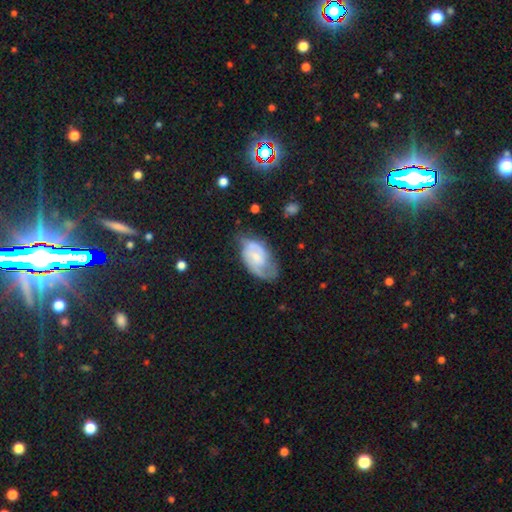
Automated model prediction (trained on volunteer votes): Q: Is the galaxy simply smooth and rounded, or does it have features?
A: featured or disk — 66%.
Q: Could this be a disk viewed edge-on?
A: no — 96%.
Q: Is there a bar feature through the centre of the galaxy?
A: no — 54%.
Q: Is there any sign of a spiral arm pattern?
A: yes — 85%.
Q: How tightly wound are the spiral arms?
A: medium — 45%.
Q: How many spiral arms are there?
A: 2 — 63%.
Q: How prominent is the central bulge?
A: small — 58%.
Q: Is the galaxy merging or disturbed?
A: none — 50%.